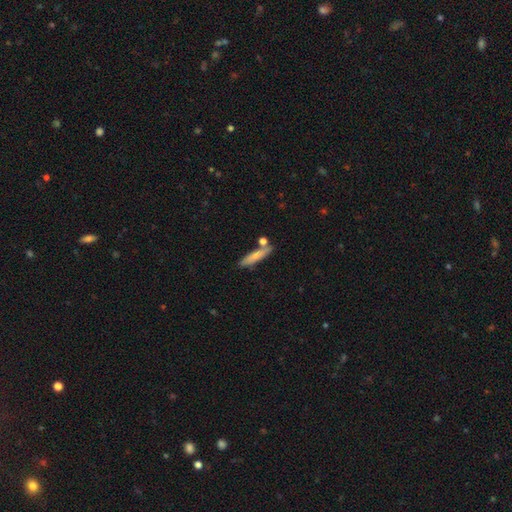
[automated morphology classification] Q: Smooth or featured?
A: smooth (72%); runner-up: featured or disk (21%)
Q: How rounded?
A: cigar-shaped (81%); runner-up: in between (17%)
Q: Merging?
A: none (71%); runner-up: minor disturbance (14%)